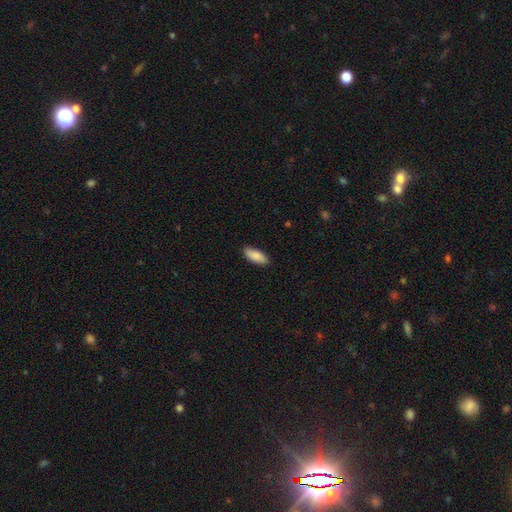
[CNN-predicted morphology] This appears to be a smooth galaxy with no disk features (89%) that is in between round and cigar-shaped (82%). Merging: none (88%).